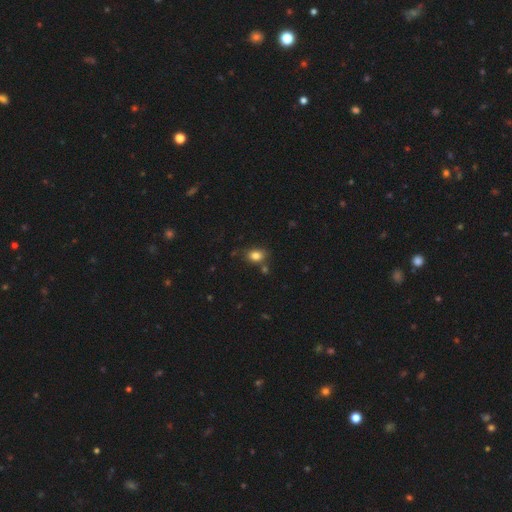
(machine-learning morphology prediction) A smooth galaxy with no disk features (82%) that is in between round and cigar-shaped (69%). Merging: none (73%).